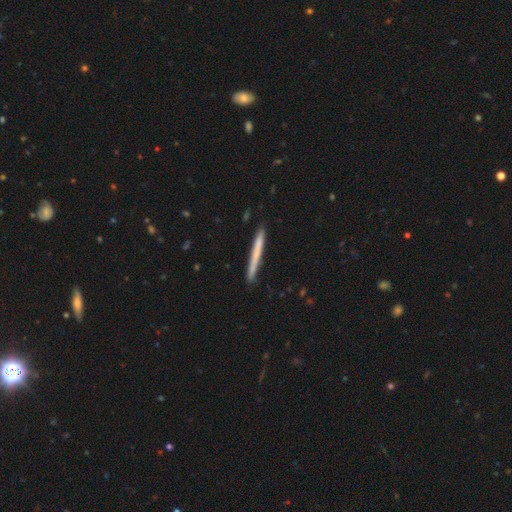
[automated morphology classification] A smooth galaxy with no disk features (64%) that is cigar-shaped (97%).

Vote fractions:
- Smooth or featured? smooth: 64% / featured or disk: 30% / star or artifact: 6%
- How rounded? cigar-shaped: 97% / in between: 2% / round: 1%
- Merging? none: 89% / minor disturbance: 8% / merger: 1% / major disturbance: 1%